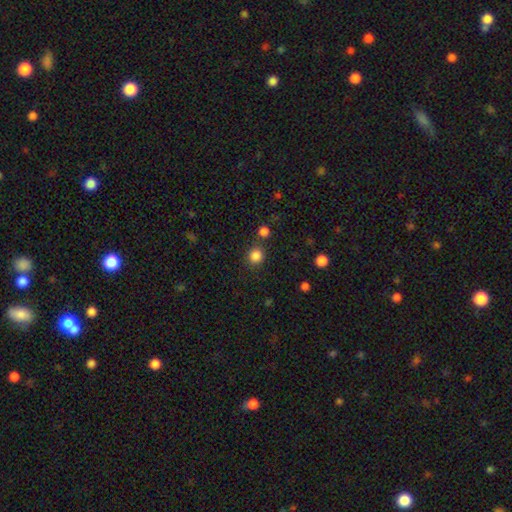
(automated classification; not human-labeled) Morphology: type=smooth (85%); roundness=round (88%); merging=none (80%).